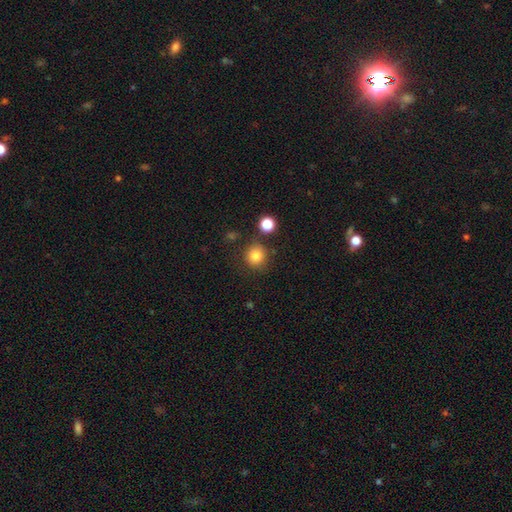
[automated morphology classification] The model was most divided on "smooth or featured": smooth: 82%, star or artifact: 12%, featured or disk: 6%. More confident: how rounded — round (92%); merging — none (83%).